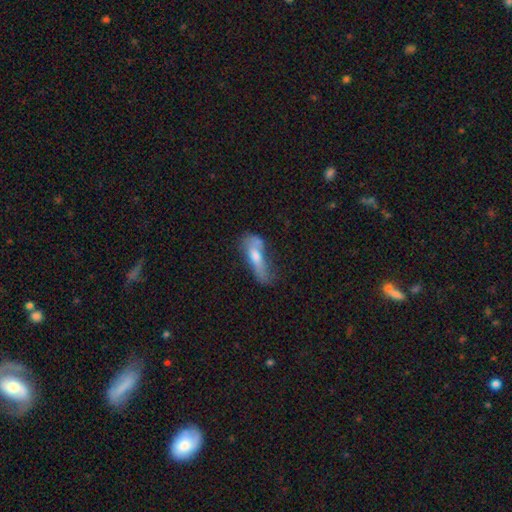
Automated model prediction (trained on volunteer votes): The model was most divided on "smooth or featured": featured or disk: 46%, smooth: 45%, star or artifact: 10%. Remaining: merging — none (44%).